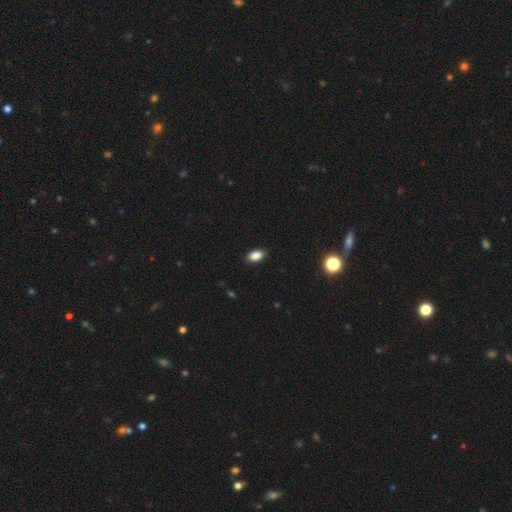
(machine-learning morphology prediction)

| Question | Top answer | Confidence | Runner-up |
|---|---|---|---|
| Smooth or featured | smooth | 87% | star or artifact (9%) |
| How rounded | in between | 90% | round (8%) |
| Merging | none | 89% | minor disturbance (8%) |